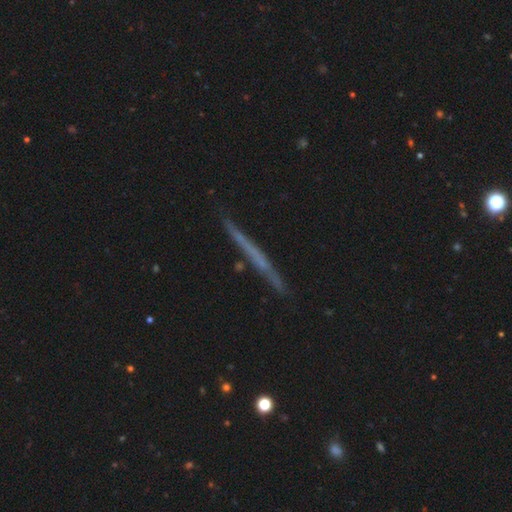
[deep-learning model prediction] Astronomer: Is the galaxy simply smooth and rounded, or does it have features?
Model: featured or disk — 56% (runner-up: smooth, 36%).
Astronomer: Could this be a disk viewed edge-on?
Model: yes — 96%.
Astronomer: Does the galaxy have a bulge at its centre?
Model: none — 91%.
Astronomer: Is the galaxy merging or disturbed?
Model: none — 87%.